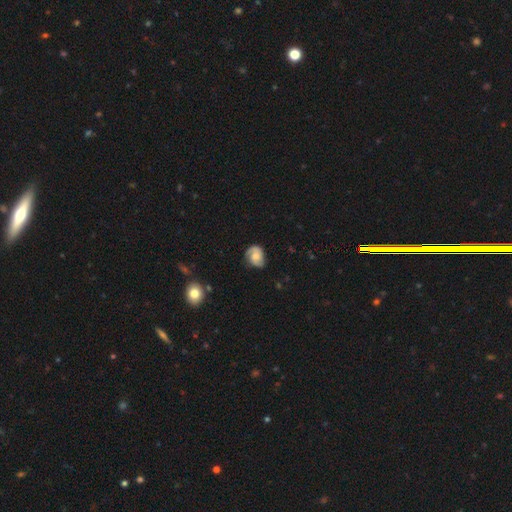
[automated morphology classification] Q: Smooth or featured?
A: featured or disk (58%); runner-up: smooth (35%)
Q: Edge-on disk?
A: no (97%); runner-up: yes (3%)
Q: Bar?
A: no (65%); runner-up: weak (30%)
Q: Spiral arms?
A: yes (90%); runner-up: no (10%)
Q: Spiral winding?
A: medium (43%); runner-up: tight (37%)
Q: Spiral arm count?
A: 2 (75%); runner-up: can't tell (11%)
Q: Bulge size?
A: moderate (49%); runner-up: small (33%)
Q: Merging?
A: none (66%); runner-up: minor disturbance (25%)